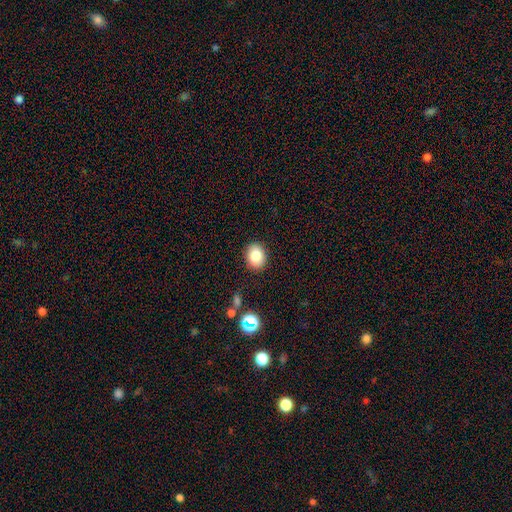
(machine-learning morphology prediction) Smooth or featured?
  - smooth: 83% *
  - star or artifact: 9%
  - featured or disk: 8%
How rounded?
  - in between: 57% *
  - round: 42%
  - cigar-shaped: 1%
Merging?
  - none: 88% *
  - minor disturbance: 8%
  - major disturbance: 2%
  - merger: 2%